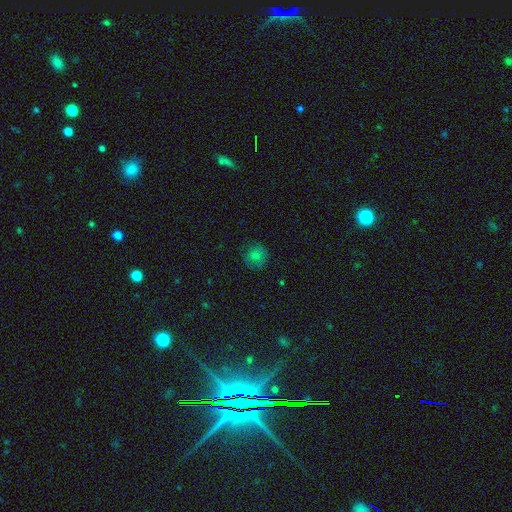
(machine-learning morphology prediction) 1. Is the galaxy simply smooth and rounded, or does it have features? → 69% smooth, 18% star or artifact, 13% featured or disk.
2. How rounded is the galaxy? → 91% round, 8% in between, 1% cigar-shaped.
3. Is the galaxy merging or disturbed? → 83% none, 12% minor disturbance, 3% major disturbance, 1% merger.